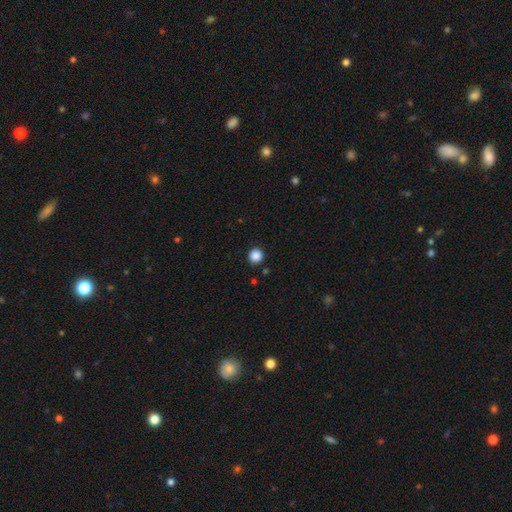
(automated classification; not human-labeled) Smooth or featured?
  - smooth: 87% *
  - star or artifact: 11%
  - featured or disk: 3%
How rounded?
  - round: 94% *
  - in between: 5%
  - cigar-shaped: 1%
Merging?
  - none: 92% *
  - minor disturbance: 5%
  - major disturbance: 2%
  - merger: 2%